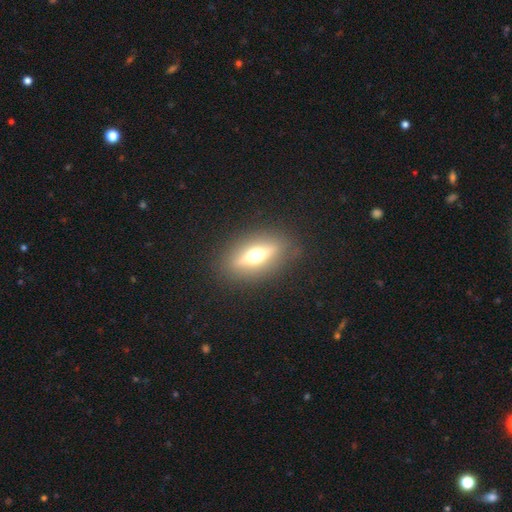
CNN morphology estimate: Smooth or featured?
  - featured or disk: 58% *
  - smooth: 31%
  - star or artifact: 11%
Edge-on disk?
  - yes: 78% *
  - no: 22%
Merging?
  - none: 86% *
  - minor disturbance: 9%
  - major disturbance: 4%
  - merger: 1%